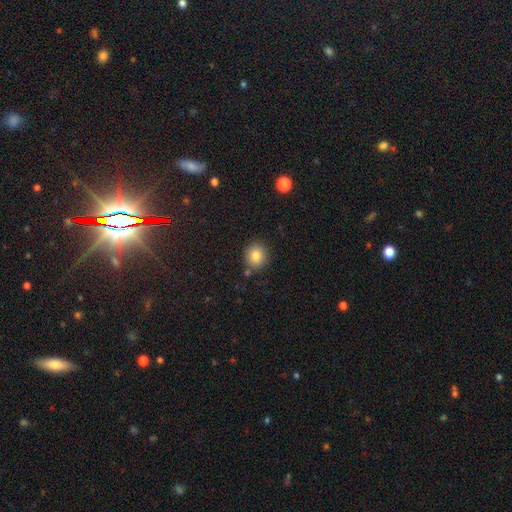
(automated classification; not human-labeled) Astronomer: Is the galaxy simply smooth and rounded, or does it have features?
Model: smooth — 82%.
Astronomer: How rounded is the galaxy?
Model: round — 85%.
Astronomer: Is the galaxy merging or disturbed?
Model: none — 84%.